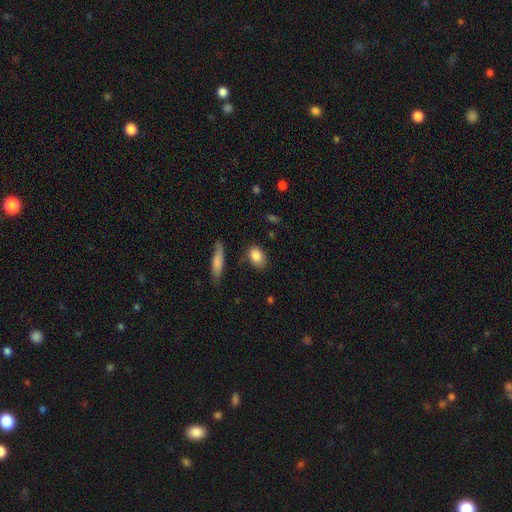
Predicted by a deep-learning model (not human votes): smooth 85%, featured or disk 8%, star or artifact 8%. Down the decision tree: how rounded — in between (72%); merging — none (78%).